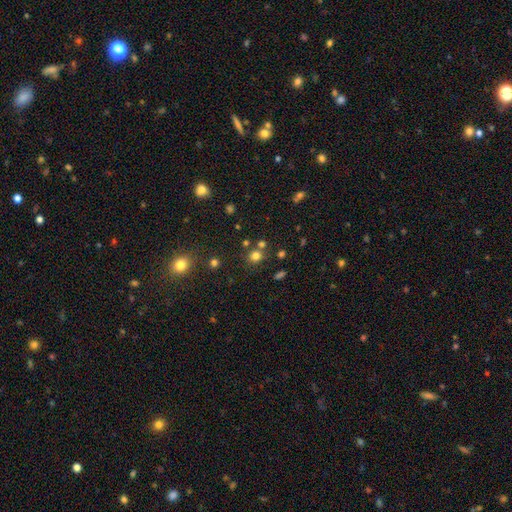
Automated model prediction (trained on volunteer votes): smooth-or-featured: smooth: 73% | star or artifact: 20% | featured or disk: 7%
  how-rounded: round: 85% | in between: 14% | cigar-shaped: 1%
  merging: none: 72% | merger: 16% | minor disturbance: 9% | major disturbance: 3%